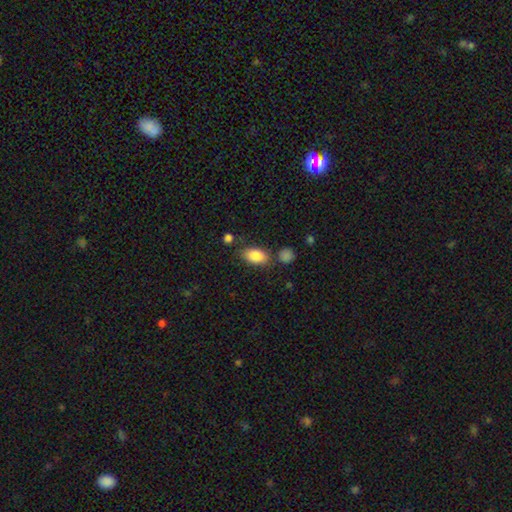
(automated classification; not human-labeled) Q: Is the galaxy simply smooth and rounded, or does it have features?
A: smooth — 86%.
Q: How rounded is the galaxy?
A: in between — 90%.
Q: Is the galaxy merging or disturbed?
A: none — 72%.